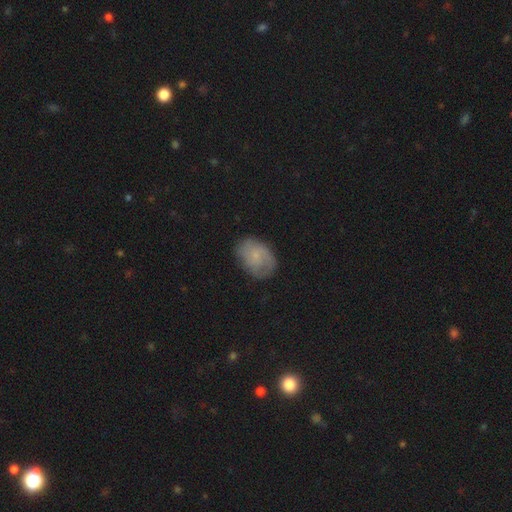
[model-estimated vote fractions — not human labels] A smooth galaxy with no disk features (55%) that is in between round and cigar-shaped (74%).

Vote fractions:
- Smooth or featured? smooth: 55% / featured or disk: 37% / star or artifact: 9%
- How rounded? in between: 74% / round: 25% / cigar-shaped: 1%
- Merging? none: 70% / minor disturbance: 22% / major disturbance: 7% / merger: 1%